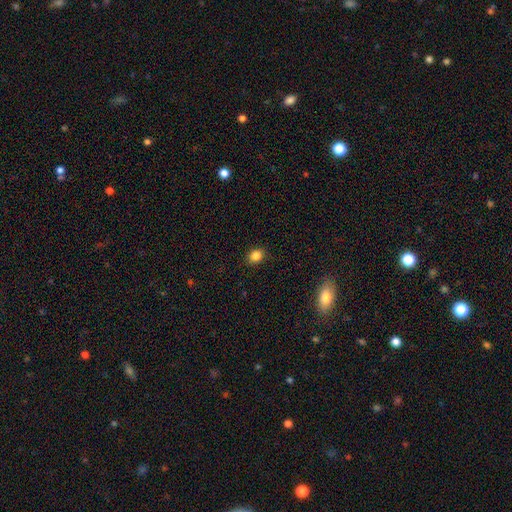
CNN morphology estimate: smooth_or_featured: smooth (p=0.85) [alt: star or artifact p=0.11]
how_rounded: round (p=0.51) [alt: in between p=0.48]
merging: none (p=0.87) [alt: minor disturbance p=0.09]